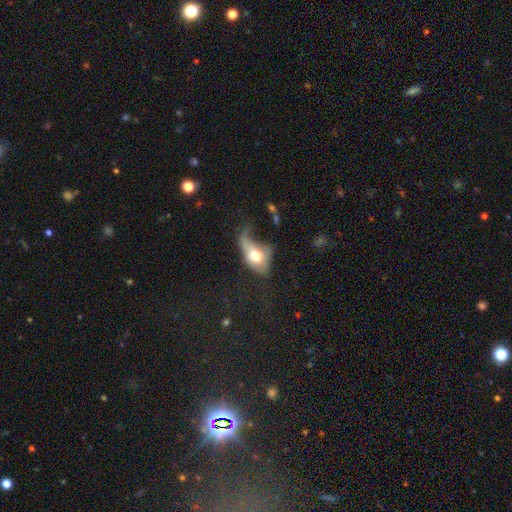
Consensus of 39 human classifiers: Q: Smooth or featured?
A: smooth (59%); runner-up: featured or disk (38%)
Q: How rounded?
A: in between (83%); runner-up: round (9%)
Q: Merging?
A: major disturbance (53%); runner-up: minor disturbance (34%)